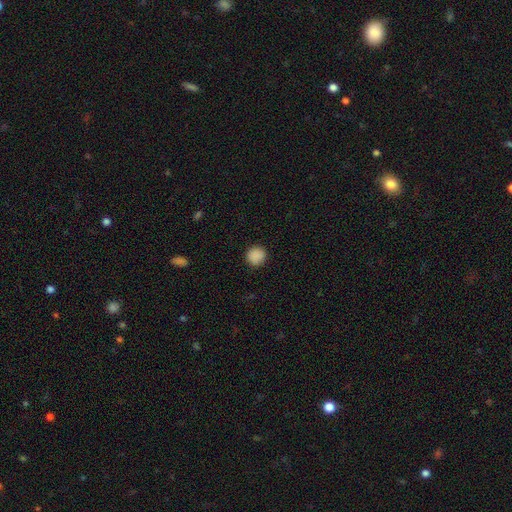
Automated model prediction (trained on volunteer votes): A smooth galaxy with no disk features (88%) that is round (92%). Merging: none (91%).